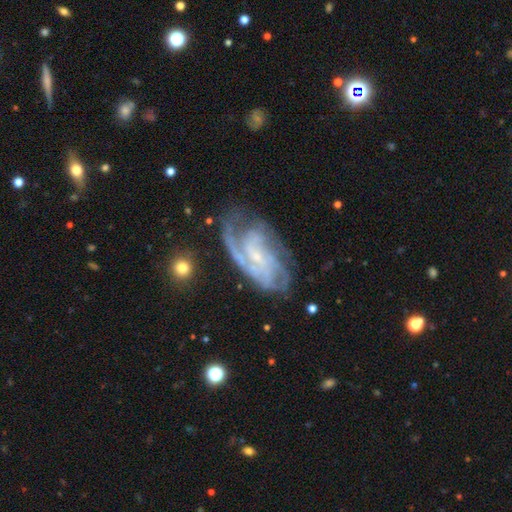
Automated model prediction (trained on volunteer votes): Smooth or featured? featured or disk (87%)
Edge-on disk? no (96%)
Bar? no (48%)
Spiral arms? yes (96%)
Spiral winding? tight (50%)
Spiral arm count? 3 (28%)
Bulge size? small (72%)
Merging? none (64%)